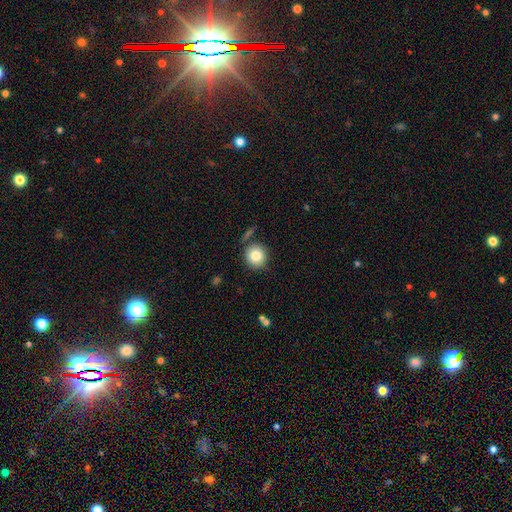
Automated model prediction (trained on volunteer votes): Smooth or featured? Predicted: smooth (p=0.83). How rounded? Predicted: round (p=0.92). Merging? Predicted: none (p=0.79).